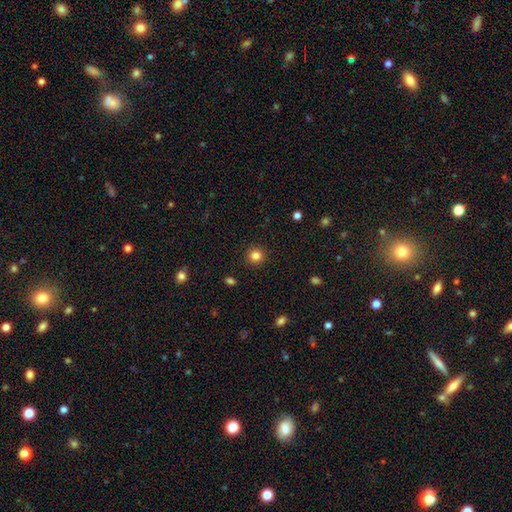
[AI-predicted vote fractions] smooth_or_featured: smooth (p=0.83) [alt: star or artifact p=0.12]
how_rounded: round (p=0.95) [alt: in between p=0.05]
merging: none (p=0.92) [alt: minor disturbance p=0.05]